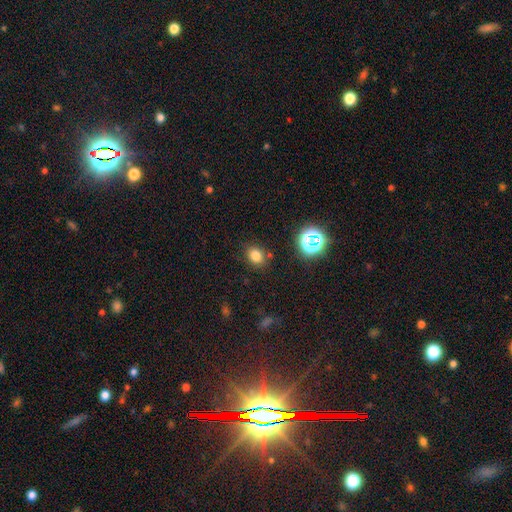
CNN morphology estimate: This appears to be a smooth galaxy with no disk features (76%) that is round (52%). Merging: none (81%).